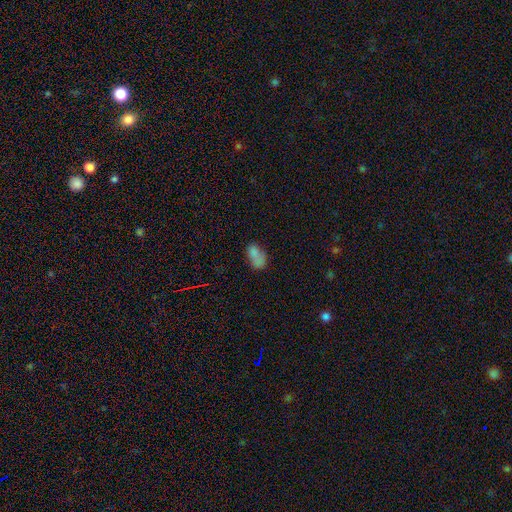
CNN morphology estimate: This is likely a smooth galaxy (75%). How rounded: clearly in between (88%). Merging: marginally none (39%).